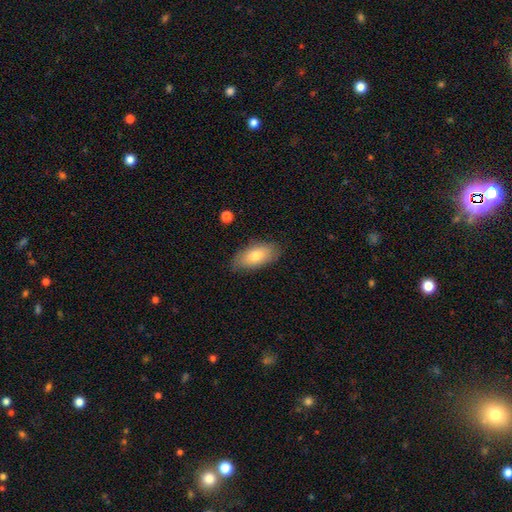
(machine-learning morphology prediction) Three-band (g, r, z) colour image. It shows a smooth galaxy with no disk features (78%) that is in between round and cigar-shaped (88%). Merging: none (83%).